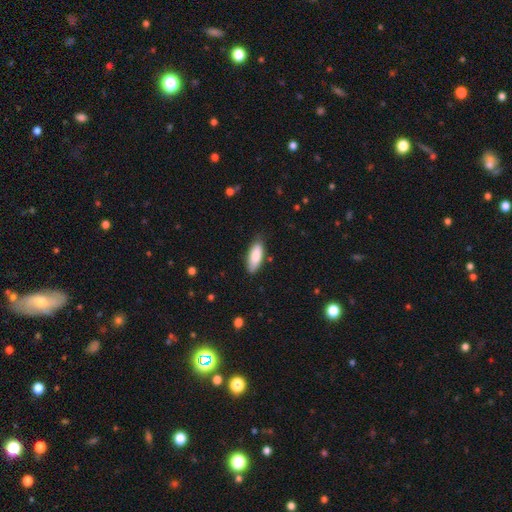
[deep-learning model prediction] Smooth or featured? smooth (84%)
How rounded? in between (76%)
Merging? none (80%)